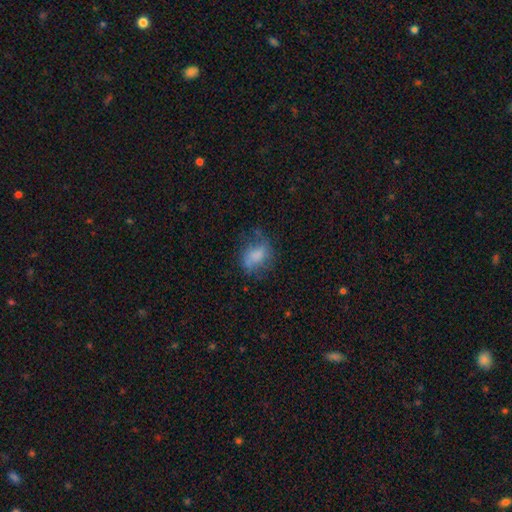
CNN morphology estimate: Overall: smooth (60%; featured or disk 29%). How rounded: in between (67%; round 31%). Merging: none (46%; minor disturbance 27%).